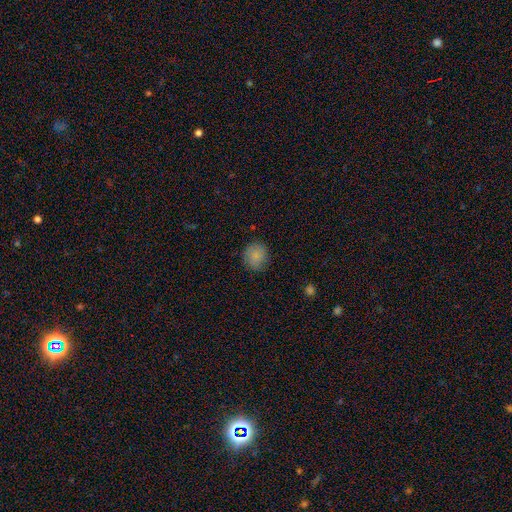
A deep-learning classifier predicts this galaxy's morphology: Smooth or featured?
  - smooth: 84% *
  - star or artifact: 9%
  - featured or disk: 7%
How rounded?
  - round: 87% *
  - in between: 12%
  - cigar-shaped: 1%
Merging?
  - none: 84% *
  - minor disturbance: 12%
  - major disturbance: 3%
  - merger: 1%